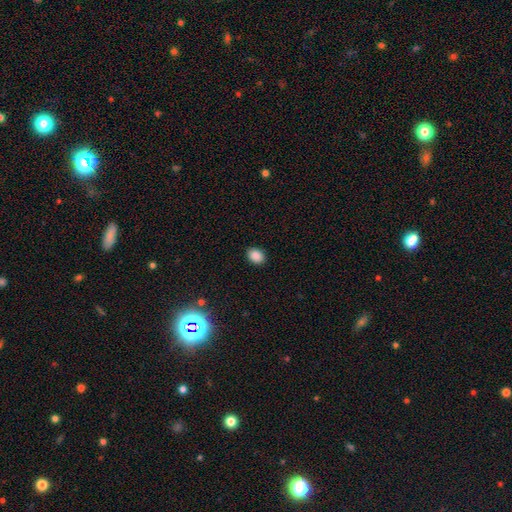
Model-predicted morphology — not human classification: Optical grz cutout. It shows a smooth galaxy with no disk features (87%) that is in between round and cigar-shaped (62%). Merging: none (89%).